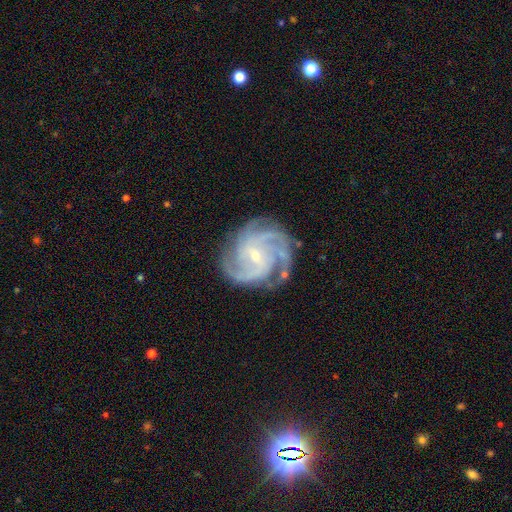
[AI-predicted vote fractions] This appears to be a featured or disk galaxy (91%) with no bar (43%, tied with weak), 3 (33%, tied with 4) tight (53%) spiral arms (98%) and a small central bulge (75%). Merging: none (77%).